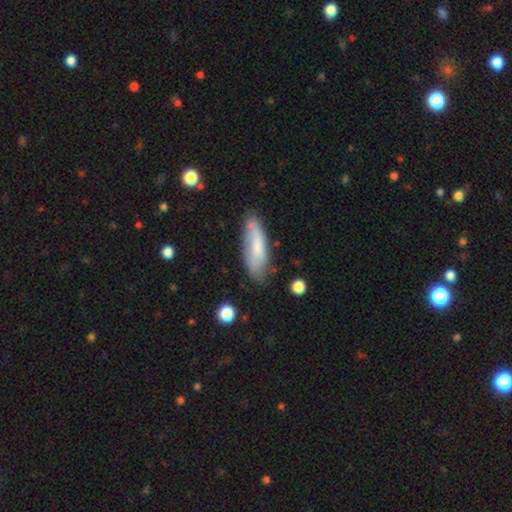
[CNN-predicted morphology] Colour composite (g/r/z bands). It shows a smooth galaxy with no disk features (70%) that is in between round and cigar-shaped (55%). Merging: none (63%).